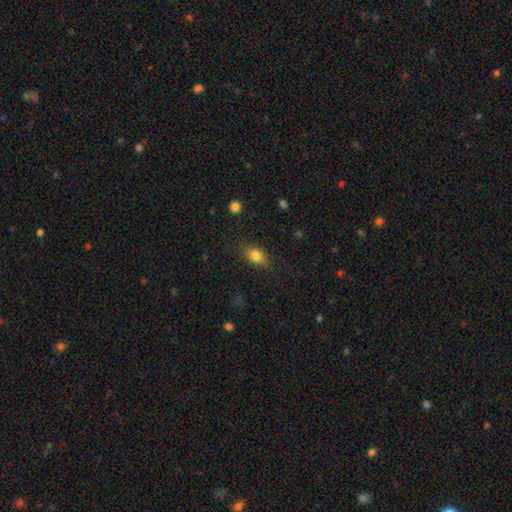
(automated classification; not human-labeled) This is clearly a smooth galaxy (81%). How rounded: likely in between (75%). Merging: likely none (79%).